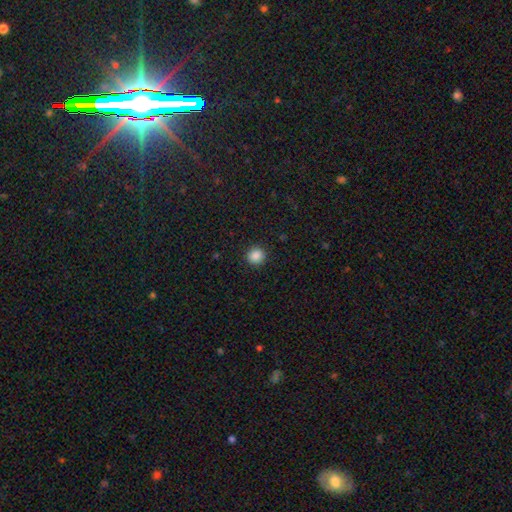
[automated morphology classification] Smooth or featured? smooth (87%)
How rounded? round (91%)
Merging? none (92%)